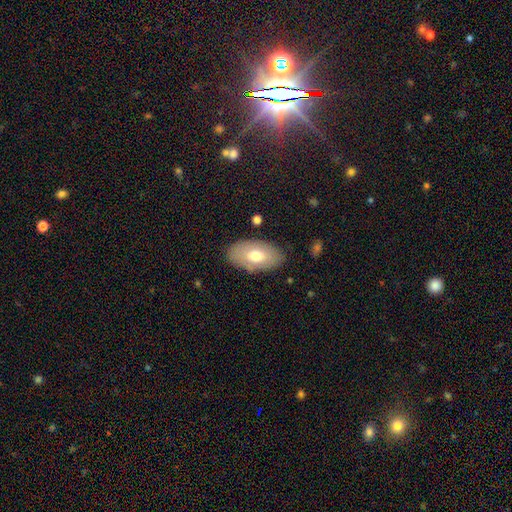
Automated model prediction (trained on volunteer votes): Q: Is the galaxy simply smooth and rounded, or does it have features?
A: smooth — 66%.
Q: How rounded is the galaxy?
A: in between — 94%.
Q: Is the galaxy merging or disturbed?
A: none — 82%.